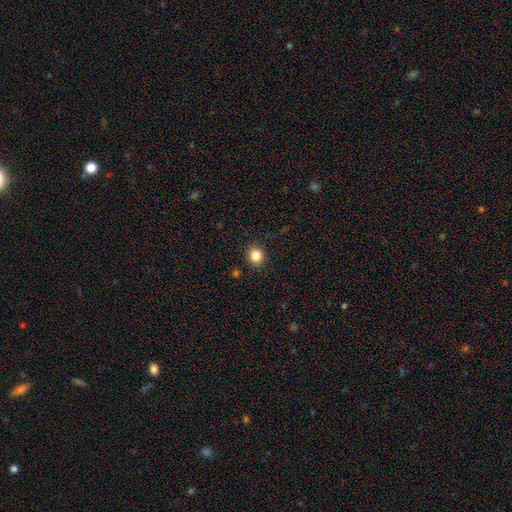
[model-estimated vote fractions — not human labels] Smooth or featured?
  - smooth: 84% *
  - star or artifact: 11%
  - featured or disk: 5%
How rounded?
  - round: 82% *
  - in between: 17%
  - cigar-shaped: 1%
Merging?
  - none: 90% *
  - minor disturbance: 7%
  - major disturbance: 2%
  - merger: 1%